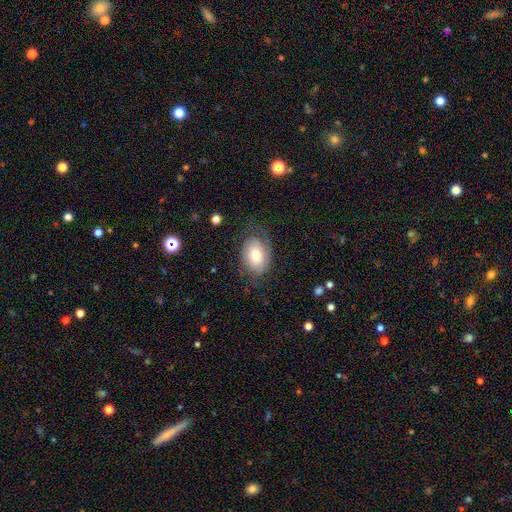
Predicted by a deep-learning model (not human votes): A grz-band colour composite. It shows a smooth galaxy with no disk features (52%) that is in between round and cigar-shaped (82%). Merging: none (60%).